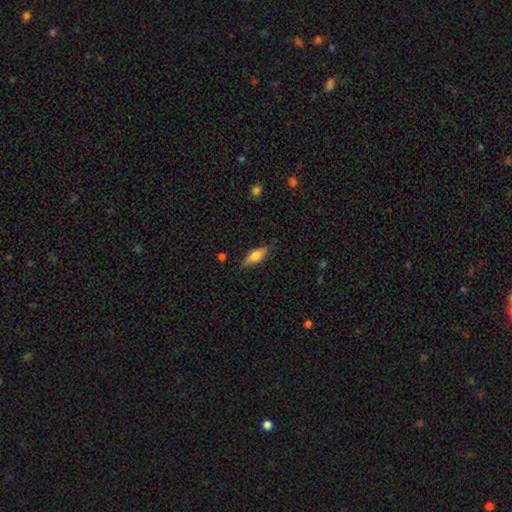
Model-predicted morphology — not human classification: Smooth or featured?
  - smooth: 75% *
  - featured or disk: 19%
  - star or artifact: 7%
How rounded?
  - in between: 73% *
  - cigar-shaped: 24%
  - round: 3%
Merging?
  - none: 77% *
  - minor disturbance: 18%
  - major disturbance: 3%
  - merger: 1%